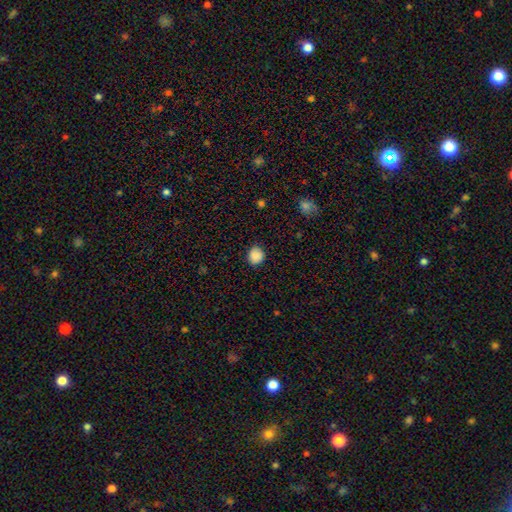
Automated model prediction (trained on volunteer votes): Smooth or featured? smooth (88%)
How rounded? round (78%)
Merging? none (84%)